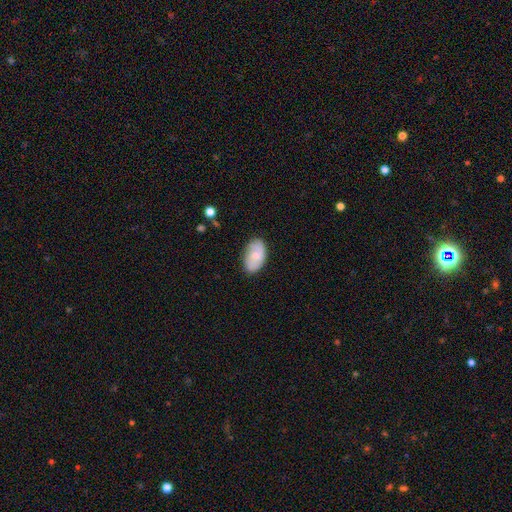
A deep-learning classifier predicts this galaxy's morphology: Smooth or featured: smooth — 60% (featured or disk — 33%)
How rounded: in between — 93% (round — 6%)
Merging: none — 77% (minor disturbance — 18%)